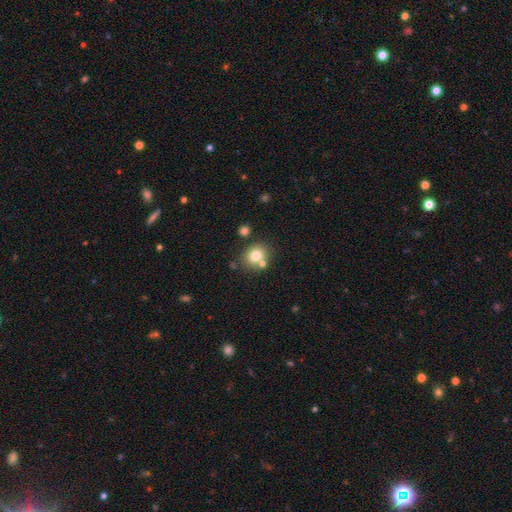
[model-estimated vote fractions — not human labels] This appears to be a smooth galaxy with no disk features (77%) that is round (67%). Merging: none (68%).